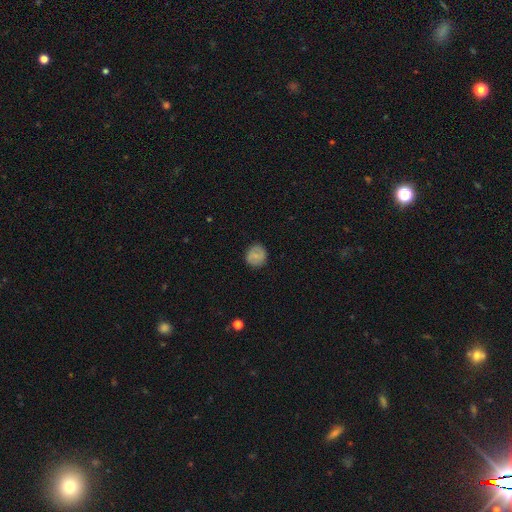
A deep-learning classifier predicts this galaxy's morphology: smooth-or-featured: smooth: 68% | featured or disk: 23% | star or artifact: 9%
  how-rounded: round: 90% | in between: 9% | cigar-shaped: 1%
  merging: none: 87% | minor disturbance: 9% | major disturbance: 2% | merger: 1%